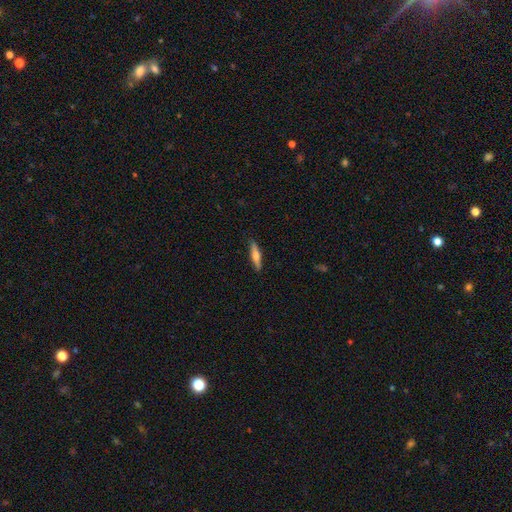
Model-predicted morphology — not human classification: smooth 56%, featured or disk 38%, star or artifact 6%. Down the decision tree: how rounded — cigar-shaped (81%); merging — none (89%).